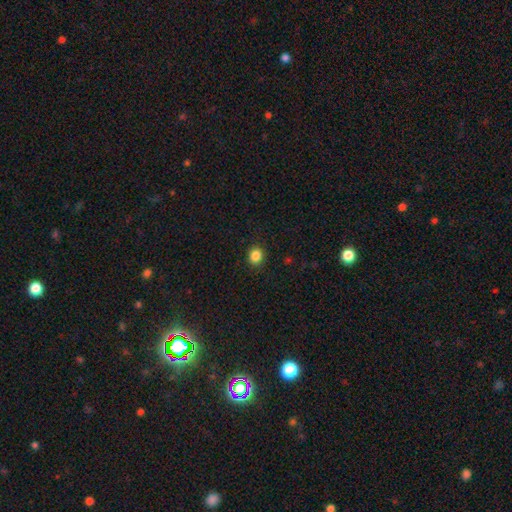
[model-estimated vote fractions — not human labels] Q: Smooth or featured?
A: smooth (85%); runner-up: star or artifact (11%)
Q: How rounded?
A: round (67%); runner-up: in between (32%)
Q: Merging?
A: none (91%); runner-up: minor disturbance (6%)